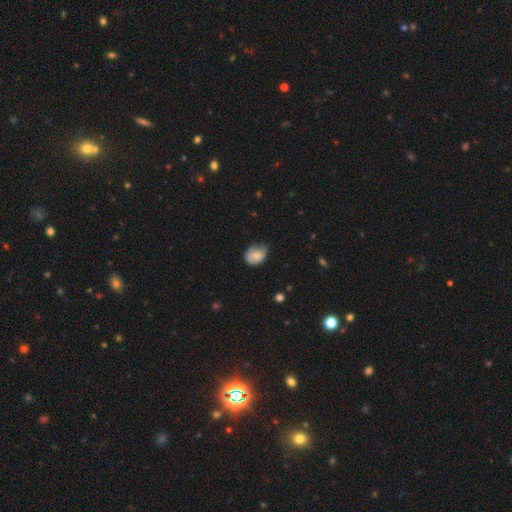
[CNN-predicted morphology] Overall: smooth (80%). How rounded: in between (63%; round 36%). Merging: none (50%; minor disturbance 39%).